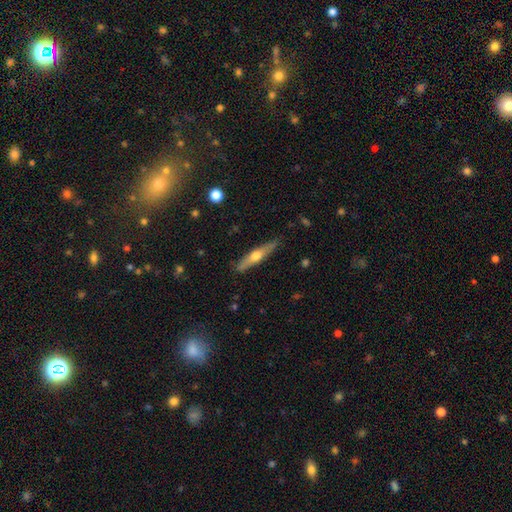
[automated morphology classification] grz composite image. It shows a featured or disk galaxy (55%) viewed edge-on (93%) with a rounded central bulge (91%). Merging: none (86%).